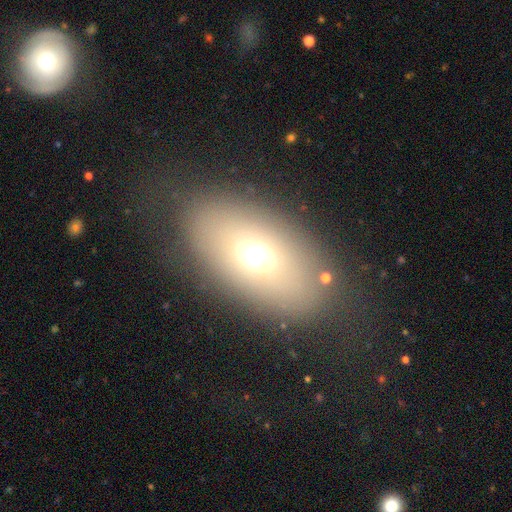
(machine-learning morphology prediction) A smooth galaxy with no disk features (59%) that is in between round and cigar-shaped (85%). Merging: none (80%).